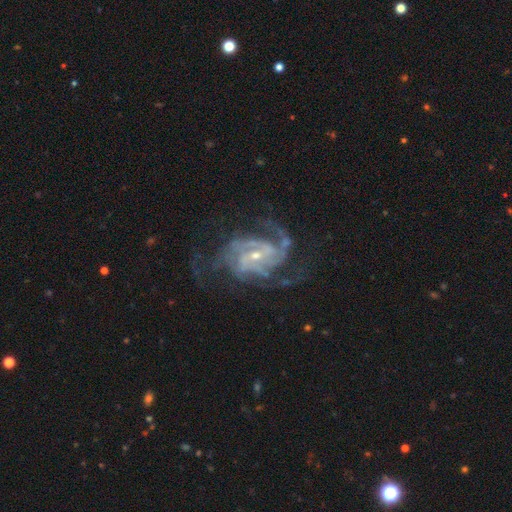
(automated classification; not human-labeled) smooth-or-featured: featured or disk: 91% | star or artifact: 6% | smooth: 3%
  disk-edge-on: no: 98% | yes: 2%
    bar: weak: 45% | no: 35% | strong: 21%
    has-spiral-arms: yes: 98% | no: 2%
      spiral-winding: medium: 47% | tight: 42% | loose: 11%
      spiral-arm-count: 3: 33% | 2: 21% | 4: 17% | can't tell: 15% | more than 4: 7% | 1: 6%
    bulge-size: small: 66% | moderate: 30% | none: 2% | large: 1% | dominant: 1%
  merging: none: 63% | major disturbance: 18% | minor disturbance: 18% | merger: 2%